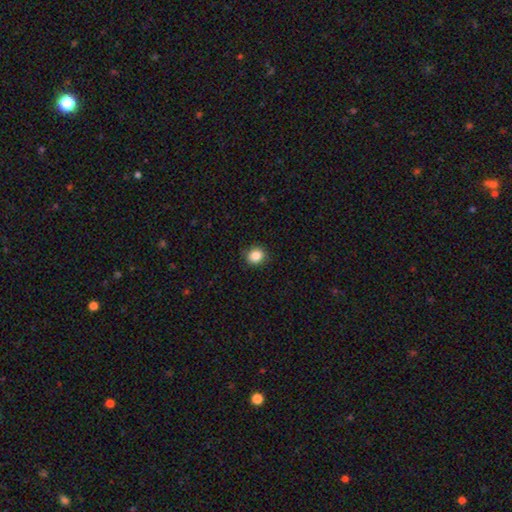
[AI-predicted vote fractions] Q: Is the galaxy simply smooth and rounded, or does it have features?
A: smooth — 86%.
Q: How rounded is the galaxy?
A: round — 78%.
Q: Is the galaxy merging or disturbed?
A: none — 87%.